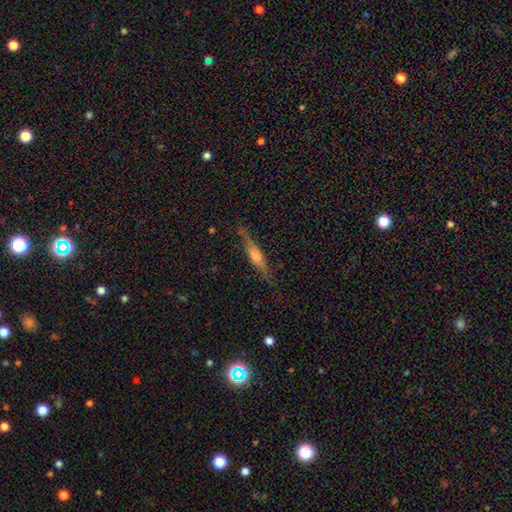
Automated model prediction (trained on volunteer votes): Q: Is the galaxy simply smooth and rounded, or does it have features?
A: featured or disk — 54%.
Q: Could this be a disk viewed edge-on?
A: yes — 90%.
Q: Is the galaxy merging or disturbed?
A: none — 77%.